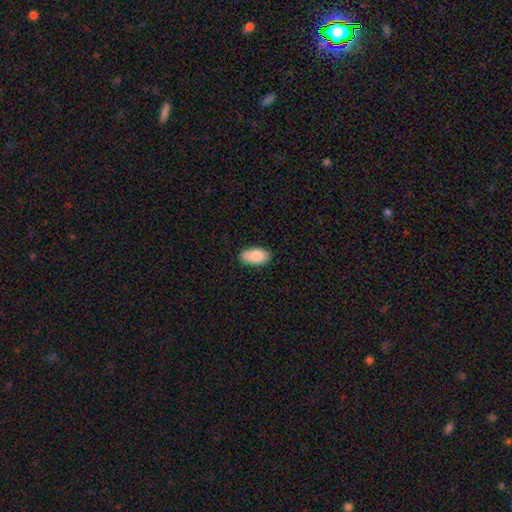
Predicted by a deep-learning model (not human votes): Overall: smooth (87%). How rounded: in between (94%). Merging: none (85%).